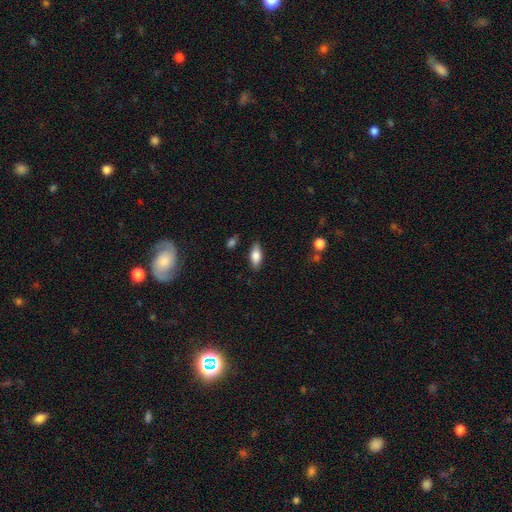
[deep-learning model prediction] A smooth galaxy with no disk features (80%) that is in between round and cigar-shaped (84%).

Vote fractions:
- Smooth or featured? smooth: 80% / featured or disk: 13% / star or artifact: 7%
- How rounded? in between: 84% / cigar-shaped: 13% / round: 3%
- Merging? none: 82% / minor disturbance: 13% / major disturbance: 3% / merger: 2%